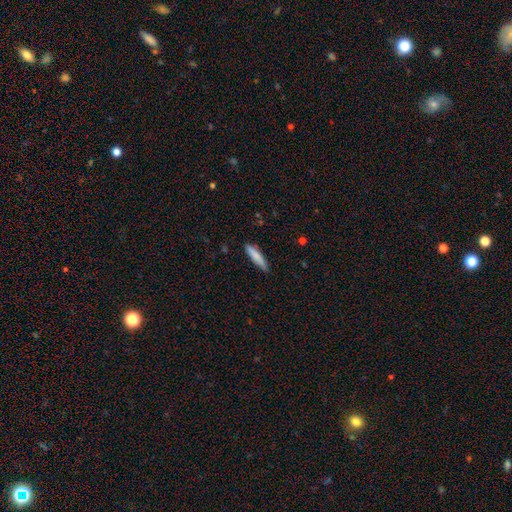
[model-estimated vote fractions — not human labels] Smooth or featured?
  - smooth: 81% *
  - featured or disk: 13%
  - star or artifact: 6%
How rounded?
  - cigar-shaped: 81% *
  - in between: 18%
  - round: 1%
Merging?
  - none: 79% *
  - minor disturbance: 18%
  - major disturbance: 2%
  - merger: 1%